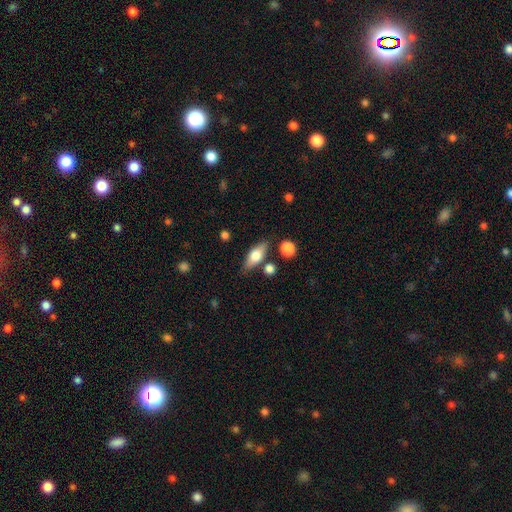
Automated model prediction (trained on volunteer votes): A smooth galaxy with no disk features (65%) that is in between round and cigar-shaped (73%).

Vote fractions:
- Smooth or featured? smooth: 65% / featured or disk: 28% / star or artifact: 7%
- How rounded? in between: 73% / cigar-shaped: 22% / round: 4%
- Merging? none: 77% / minor disturbance: 13% / merger: 6% / major disturbance: 3%